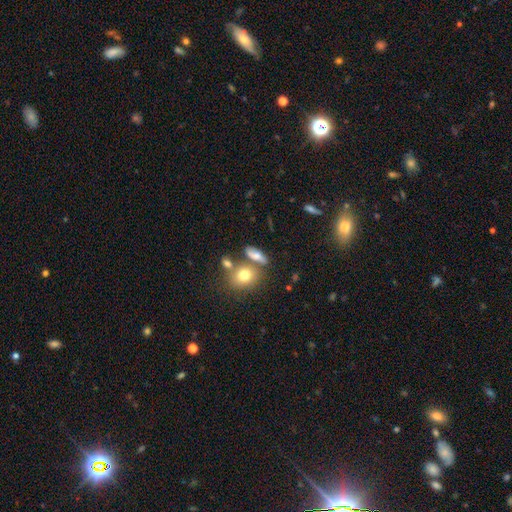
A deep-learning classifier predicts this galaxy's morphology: A smooth galaxy with no disk features (68%) that is in between round and cigar-shaped (65%).

Vote fractions:
- Smooth or featured? smooth: 68% / featured or disk: 22% / star or artifact: 11%
- How rounded? in between: 65% / round: 18% / cigar-shaped: 17%
- Merging? none: 56% / merger: 23% / minor disturbance: 15% / major disturbance: 6%